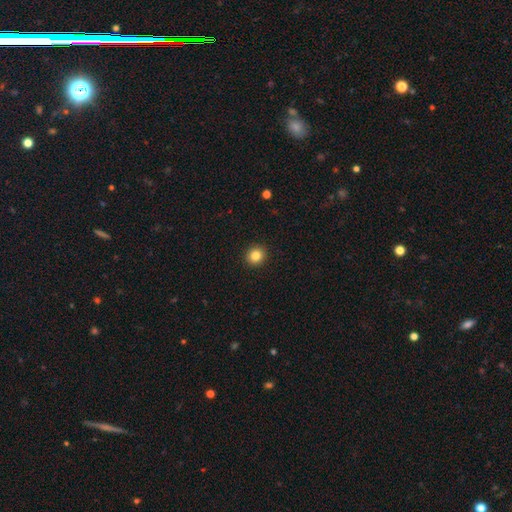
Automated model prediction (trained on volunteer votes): Smooth or featured? Predicted: smooth (p=0.84). How rounded? Predicted: round (p=0.90). Merging? Predicted: none (p=0.93).